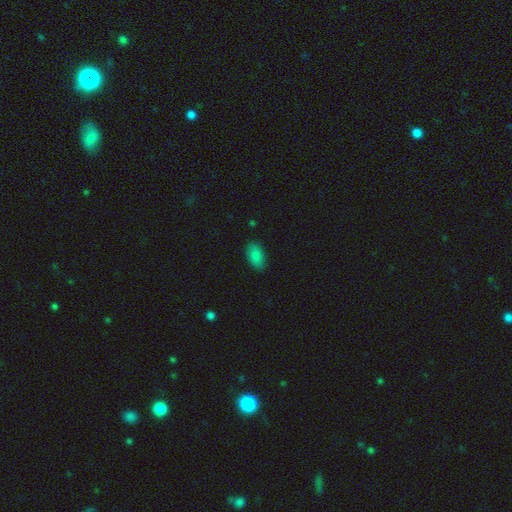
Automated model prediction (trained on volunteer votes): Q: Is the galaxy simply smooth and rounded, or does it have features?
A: smooth — 86%.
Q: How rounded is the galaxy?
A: in between — 92%.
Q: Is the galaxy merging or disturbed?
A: none — 86%.